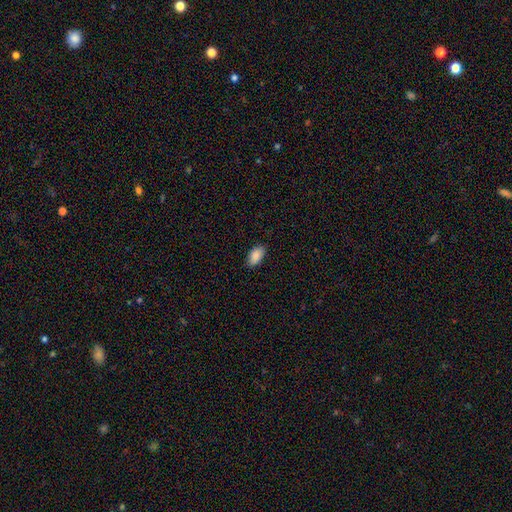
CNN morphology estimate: This appears to be a smooth galaxy with no disk features (88%) that is in between round and cigar-shaped (93%). Merging: none (85%).